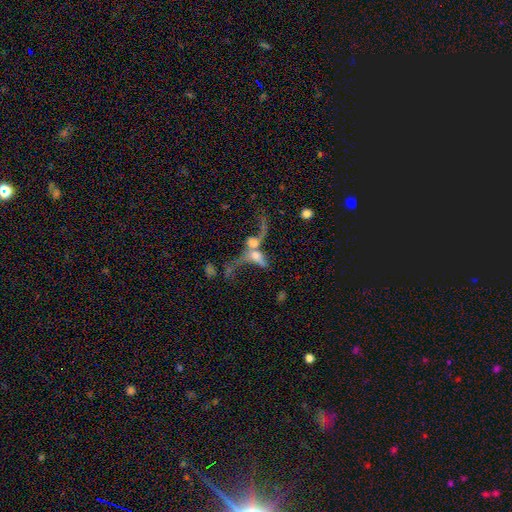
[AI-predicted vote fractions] A featured or disk galaxy (58%). Merging: merger (66%).